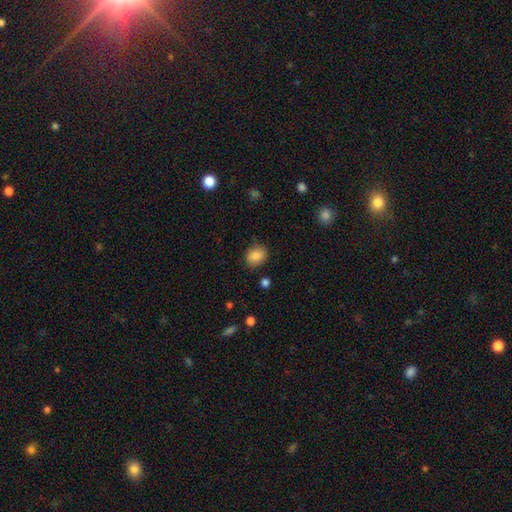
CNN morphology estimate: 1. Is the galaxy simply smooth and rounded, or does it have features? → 86% smooth, 8% star or artifact, 5% featured or disk.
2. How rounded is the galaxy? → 50% round, 49% in between, 1% cigar-shaped.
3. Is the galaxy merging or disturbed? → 84% none, 11% minor disturbance, 3% major disturbance, 2% merger.